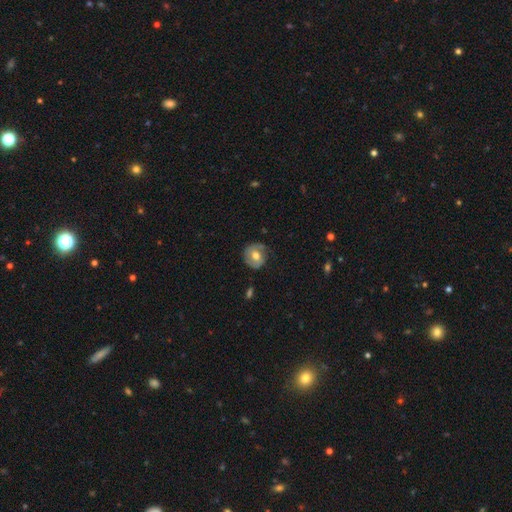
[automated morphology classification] Smooth or featured? Predicted: smooth (p=0.49). Merging? Predicted: none (p=0.66).